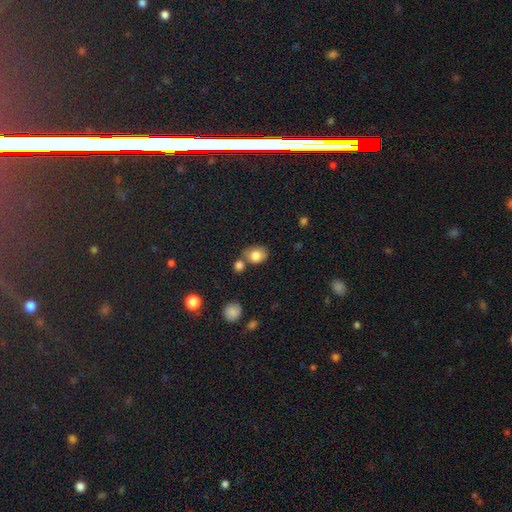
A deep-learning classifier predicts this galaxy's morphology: smooth_or_featured: smooth (p=0.81) [alt: featured or disk p=0.10]
how_rounded: in between (p=0.54) [alt: round p=0.45]
merging: none (p=0.61) [alt: merger p=0.20]